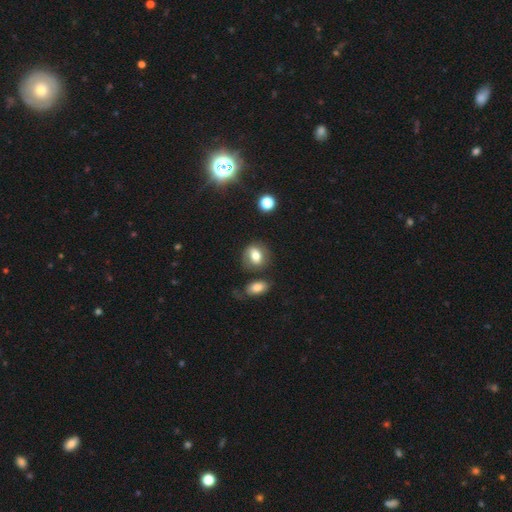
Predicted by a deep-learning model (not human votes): smooth-or-featured: smooth: 69% | featured or disk: 21% | star or artifact: 10%
  how-rounded: in between: 53% | round: 46% | cigar-shaped: 2%
  merging: none: 64% | minor disturbance: 17% | merger: 11% | major disturbance: 7%